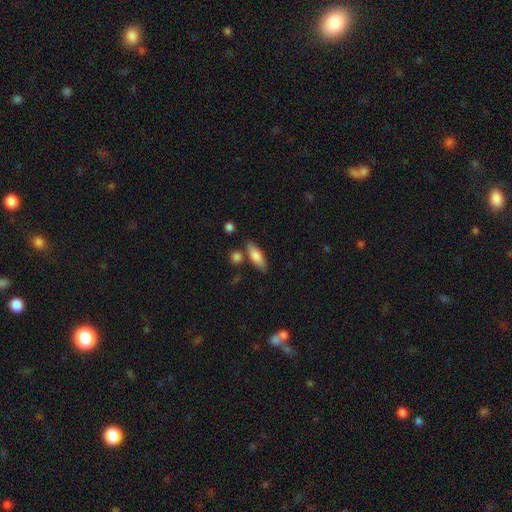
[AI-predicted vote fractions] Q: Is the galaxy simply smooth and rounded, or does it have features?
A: smooth — 80%.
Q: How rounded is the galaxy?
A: in between — 61%.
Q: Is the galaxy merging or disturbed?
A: none — 77%.